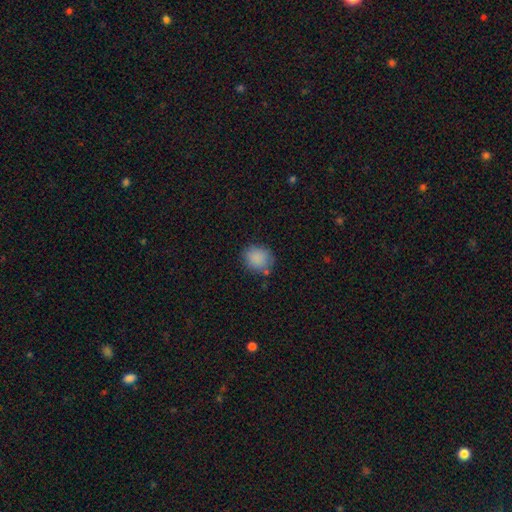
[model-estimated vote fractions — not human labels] Morphology: type=smooth (87%); roundness=round (77%); merging=none (77%).